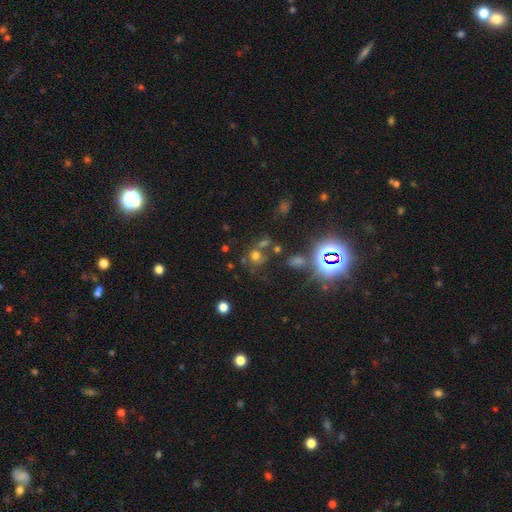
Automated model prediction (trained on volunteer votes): The model was most divided on "smooth or featured": smooth: 55%, star or artifact: 30%, featured or disk: 15%. More confident: how rounded — round (78%); merging — none (51%).